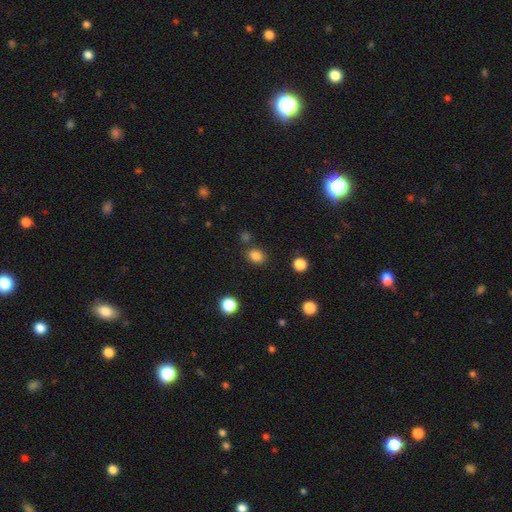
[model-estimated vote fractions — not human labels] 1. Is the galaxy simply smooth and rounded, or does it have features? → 82% smooth, 13% star or artifact, 5% featured or disk.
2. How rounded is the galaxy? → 50% round, 49% in between, 1% cigar-shaped.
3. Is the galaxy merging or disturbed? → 78% none, 11% minor disturbance, 8% merger, 4% major disturbance.